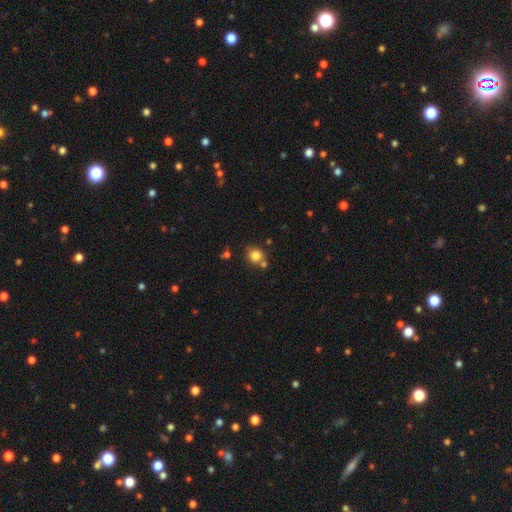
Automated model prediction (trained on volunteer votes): A smooth galaxy with no disk features (82%) that is round (86%). Merging: none (67%).